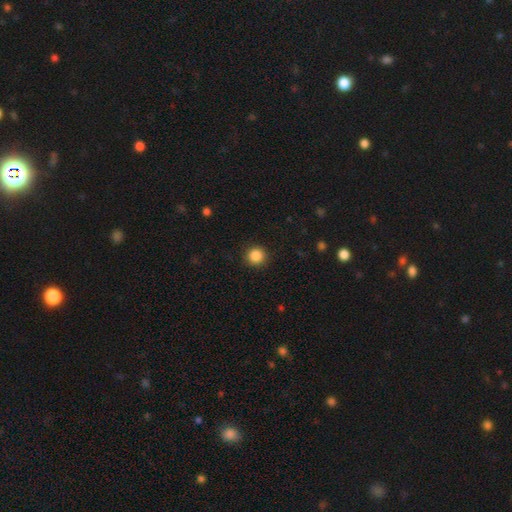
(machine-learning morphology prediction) type=smooth (87%); roundness=round (94%); merging=none (91%).